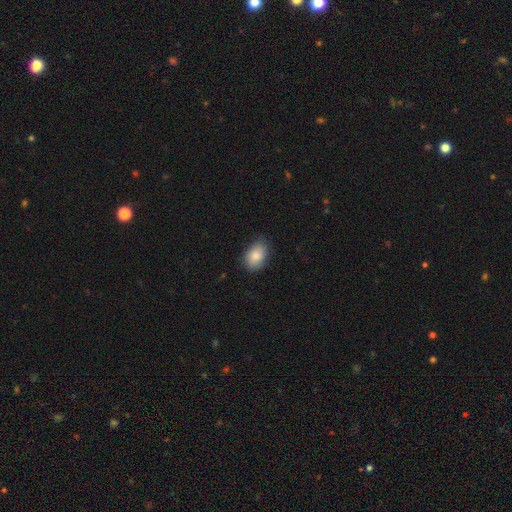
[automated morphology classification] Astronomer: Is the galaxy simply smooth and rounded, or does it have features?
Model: smooth — 84%.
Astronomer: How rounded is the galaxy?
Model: in between — 85%.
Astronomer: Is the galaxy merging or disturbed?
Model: none — 80%.